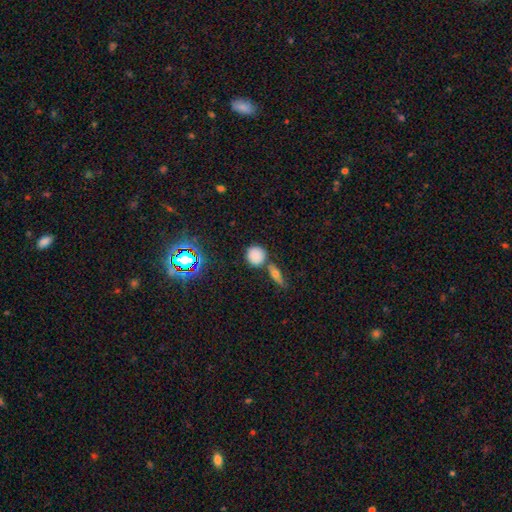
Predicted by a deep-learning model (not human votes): smooth_or_featured: smooth (p=0.77) [alt: star or artifact p=0.14]
how_rounded: round (p=0.88) [alt: in between p=0.10]
merging: none (p=0.72) [alt: merger p=0.14]